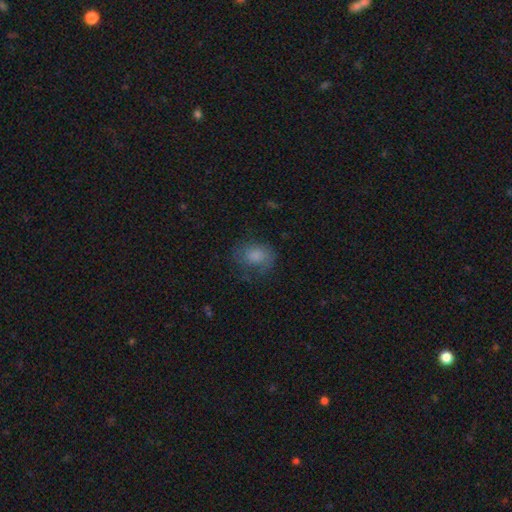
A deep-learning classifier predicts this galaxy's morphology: Smooth or featured? smooth (72%)
How rounded? in between (58%)
Merging? none (54%)